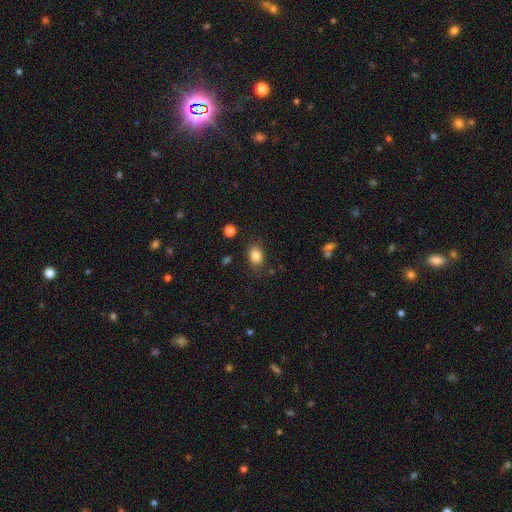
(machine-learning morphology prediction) This appears to be a smooth galaxy with no disk features (84%) that is in between round and cigar-shaped (71%). Merging: none (81%).